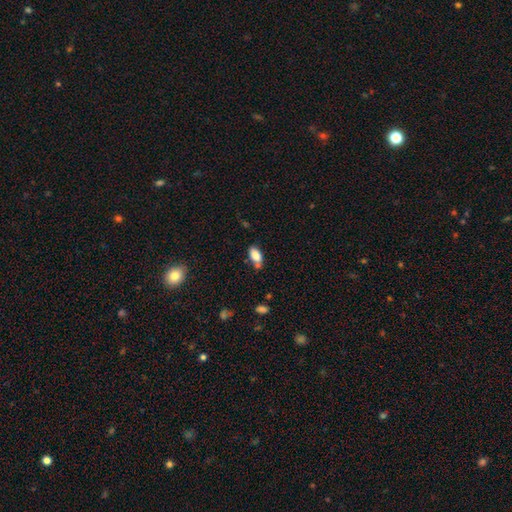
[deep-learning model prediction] This is clearly a smooth galaxy (85%). How rounded: clearly in between (91%). Merging: possibly none (59%).